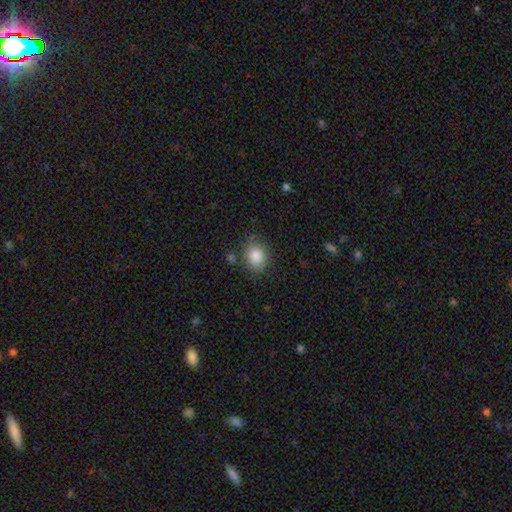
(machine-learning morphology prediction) Smooth or featured? smooth (86%)
How rounded? round (52%)
Merging? none (78%)